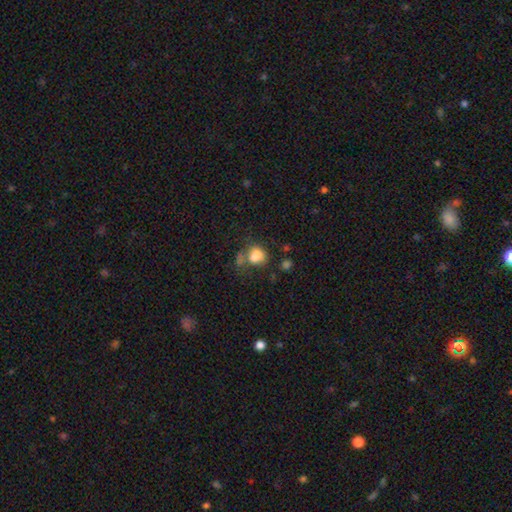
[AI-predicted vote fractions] smooth_or_featured: smooth (p=0.75) [alt: featured or disk p=0.13]
how_rounded: in between (p=0.52) [alt: round p=0.46]
merging: none (p=0.33) [alt: merger p=0.30]